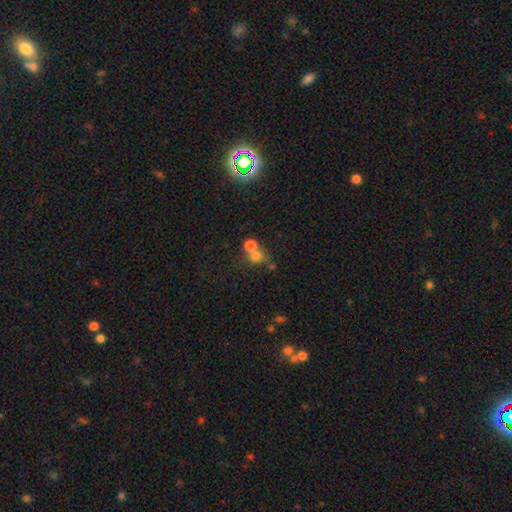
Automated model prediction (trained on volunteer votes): Morphology: type=smooth (72%); roundness=round (73%); merging=merger (51%).